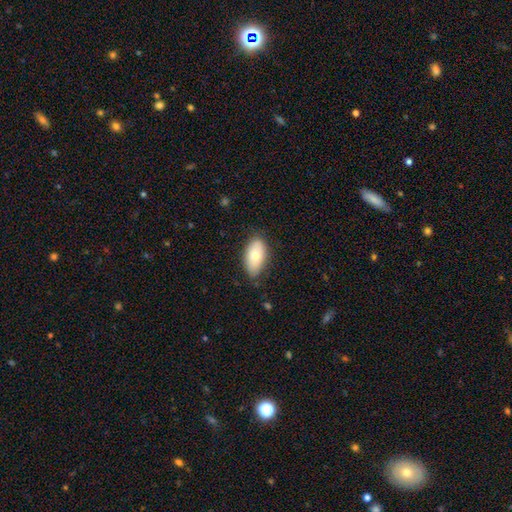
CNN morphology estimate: This is likely a smooth galaxy (74%). How rounded: clearly in between (93%). Merging: likely none (80%).